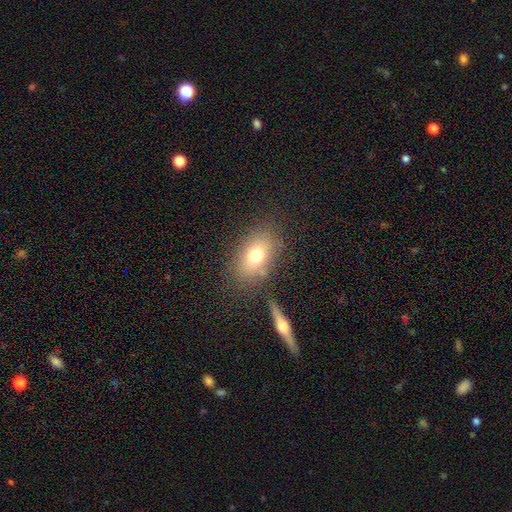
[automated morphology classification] Smooth or featured? Predicted: smooth (p=0.73). How rounded? Predicted: in between (p=0.83). Merging? Predicted: none (p=0.74).